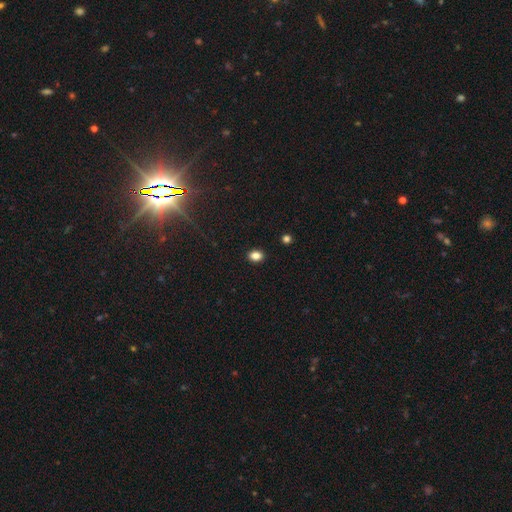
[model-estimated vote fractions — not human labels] Morphology: type=smooth (84%); roundness=in between (64%); merging=none (90%).